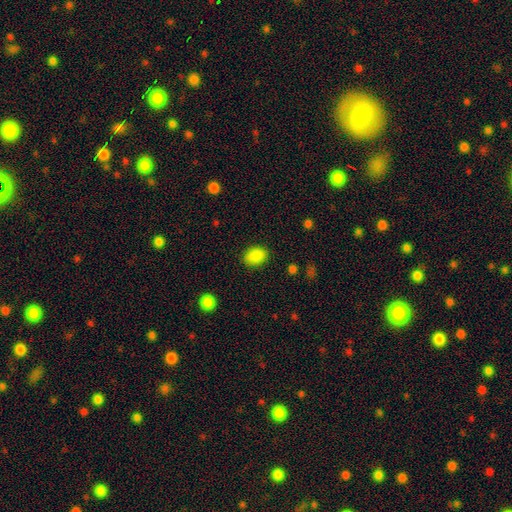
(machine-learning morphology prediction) Overall: smooth (88%). How rounded: in between (72%). Merging: none (86%).